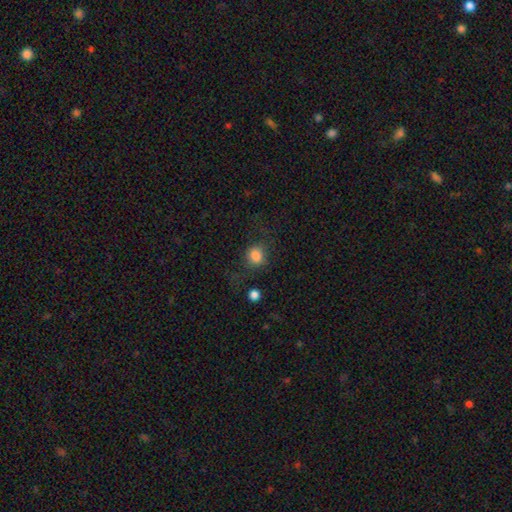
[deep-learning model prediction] Morphology: type=smooth (82%); roundness=round (78%); merging=none (69%).